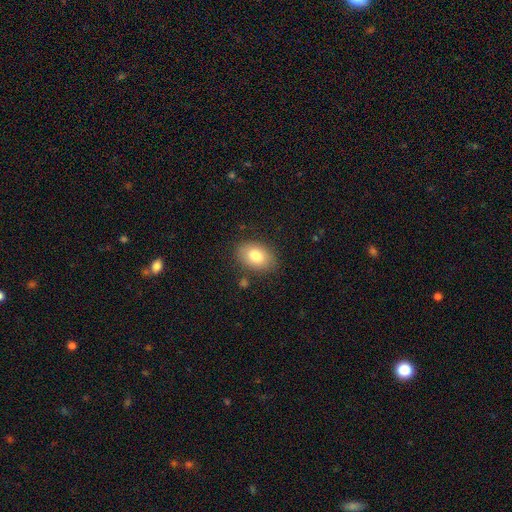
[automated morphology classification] Smooth or featured?
  - smooth: 80% *
  - featured or disk: 13%
  - star or artifact: 7%
How rounded?
  - in between: 85% *
  - round: 13%
  - cigar-shaped: 1%
Merging?
  - none: 82% *
  - minor disturbance: 13%
  - major disturbance: 3%
  - merger: 2%